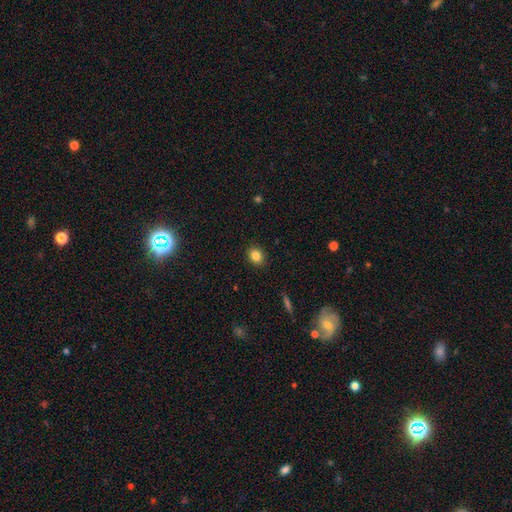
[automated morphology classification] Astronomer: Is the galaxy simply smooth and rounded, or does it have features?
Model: smooth — 83%.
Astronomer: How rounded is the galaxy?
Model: round — 55% (runner-up: in between, 44%).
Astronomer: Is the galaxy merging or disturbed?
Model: none — 90%.